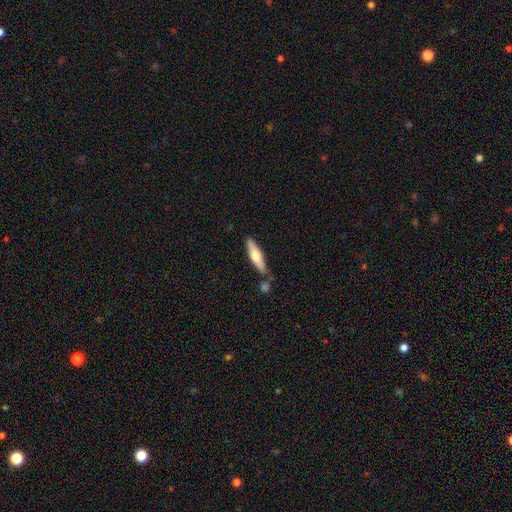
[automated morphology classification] smooth 51%, featured or disk 44%, star or artifact 5%. Down the decision tree: how rounded — cigar-shaped (77%); merging — none (75%).